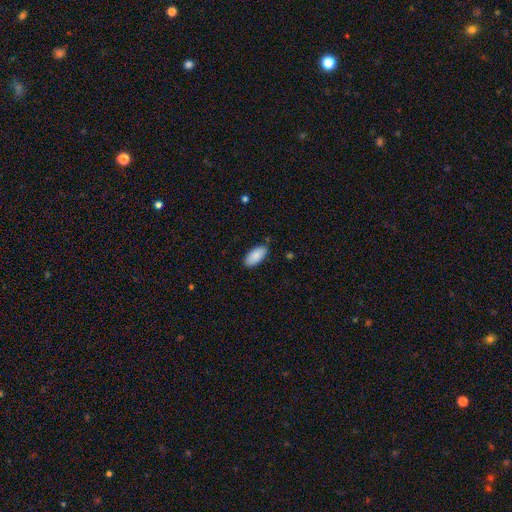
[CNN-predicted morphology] Smooth or featured?
  - smooth: 89% *
  - star or artifact: 6%
  - featured or disk: 5%
How rounded?
  - in between: 93% *
  - cigar-shaped: 5%
  - round: 2%
Merging?
  - none: 82% *
  - minor disturbance: 14%
  - major disturbance: 2%
  - merger: 1%